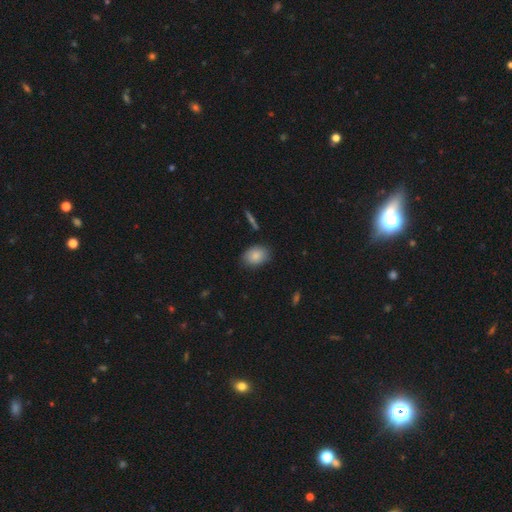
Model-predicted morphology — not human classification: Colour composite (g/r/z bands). It shows a smooth galaxy with no disk features (84%) that is in between round and cigar-shaped (77%). Merging: none (82%).